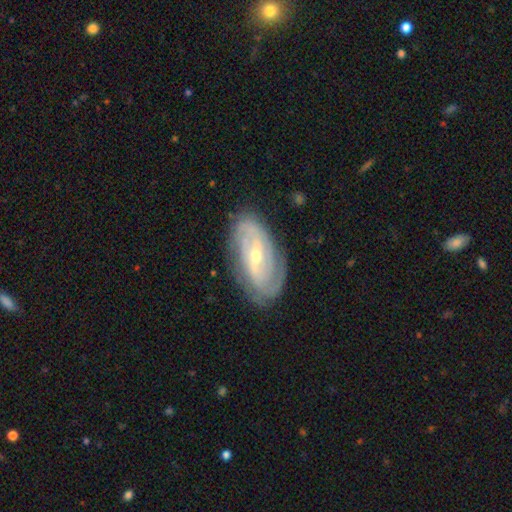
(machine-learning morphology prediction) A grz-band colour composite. It shows a featured or disk galaxy (85%) with a weak bar (45%), 2 (45%) tight (58%) spiral arms (94%) and a small central bulge (52%). Merging: none (79%).